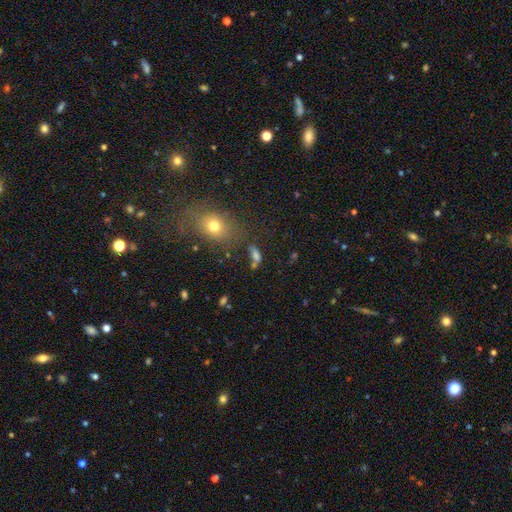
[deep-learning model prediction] smooth 70%, star or artifact 17%, featured or disk 13%. Down the decision tree: how rounded — in between (71%); merging — none (54%).